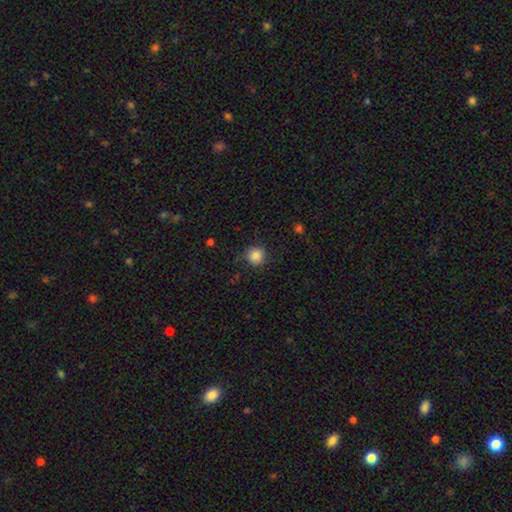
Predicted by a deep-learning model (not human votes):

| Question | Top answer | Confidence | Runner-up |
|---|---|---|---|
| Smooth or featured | smooth | 86% | star or artifact (10%) |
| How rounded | round | 93% | in between (6%) |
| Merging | none | 87% | minor disturbance (9%) |